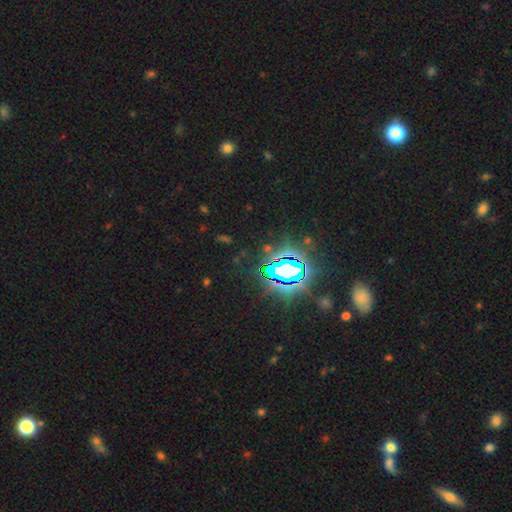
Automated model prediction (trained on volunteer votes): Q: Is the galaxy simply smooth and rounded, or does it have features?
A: star or artifact — 82%.